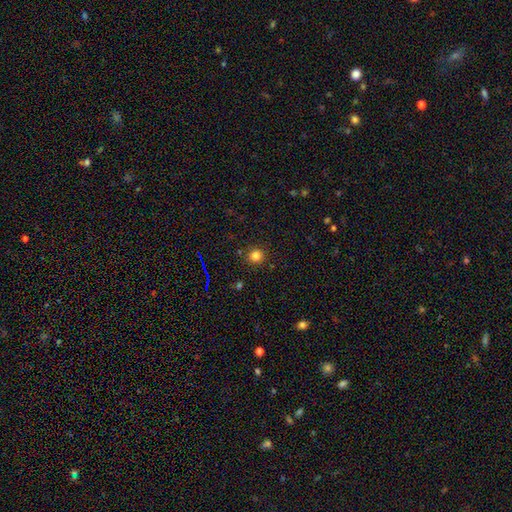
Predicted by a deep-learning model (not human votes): Smooth or featured: smooth — 79% (star or artifact — 15%)
How rounded: round — 92% (in between — 7%)
Merging: none — 89% (minor disturbance — 7%)